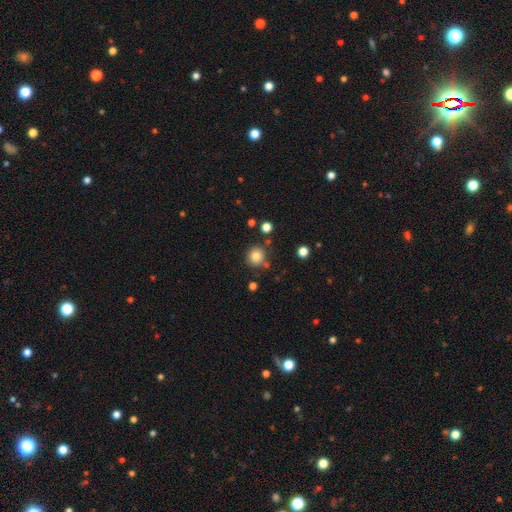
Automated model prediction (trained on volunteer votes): smooth-or-featured: smooth: 81% | star or artifact: 12% | featured or disk: 7%
  how-rounded: round: 91% | in between: 8% | cigar-shaped: 1%
  merging: none: 81% | minor disturbance: 10% | merger: 6% | major disturbance: 3%